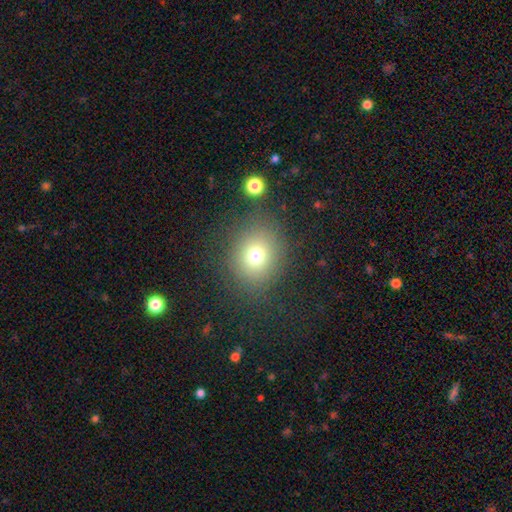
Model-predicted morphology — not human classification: Smooth or featured?
  - smooth: 72% *
  - star or artifact: 17%
  - featured or disk: 11%
How rounded?
  - round: 77% *
  - in between: 22%
  - cigar-shaped: 1%
Merging?
  - none: 80% *
  - minor disturbance: 10%
  - major disturbance: 6%
  - merger: 3%